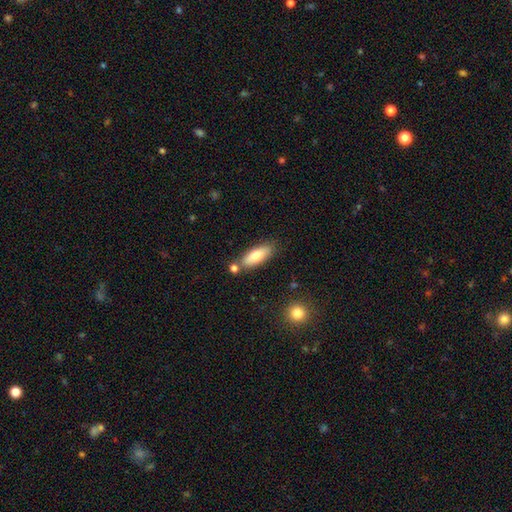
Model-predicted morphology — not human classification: Smooth or featured? smooth (75%)
How rounded? in between (63%)
Merging? none (75%)